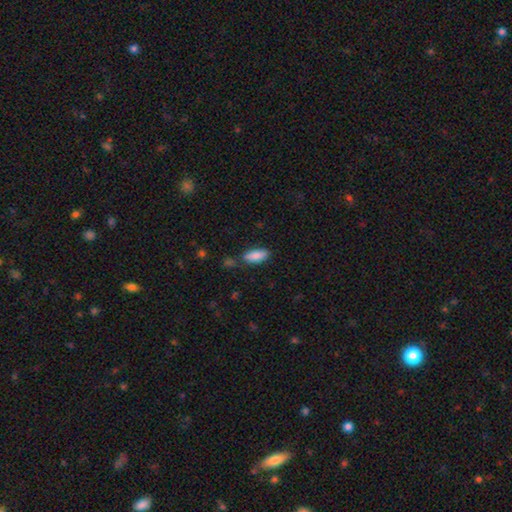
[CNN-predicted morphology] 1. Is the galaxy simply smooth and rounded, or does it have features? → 86% smooth, 7% featured or disk, 7% star or artifact.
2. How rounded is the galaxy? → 80% in between, 18% cigar-shaped, 2% round.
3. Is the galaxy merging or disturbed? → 73% none, 16% minor disturbance, 7% merger, 4% major disturbance.